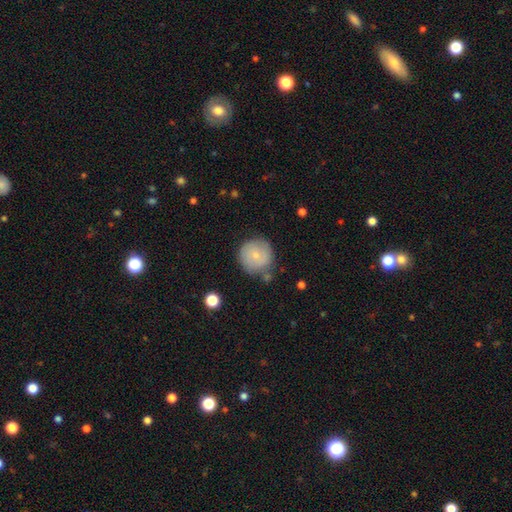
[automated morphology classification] This is likely a smooth galaxy (64%). How rounded: clearly round (94%). Merging: likely none (74%).